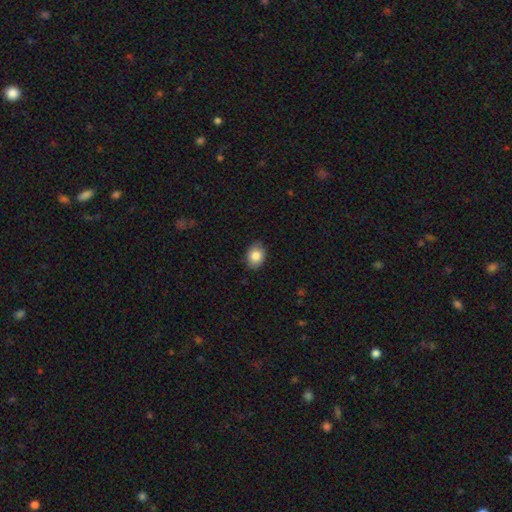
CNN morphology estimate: This appears to be a smooth galaxy with no disk features (83%) that is in between round and cigar-shaped (59%). Merging: none (84%).